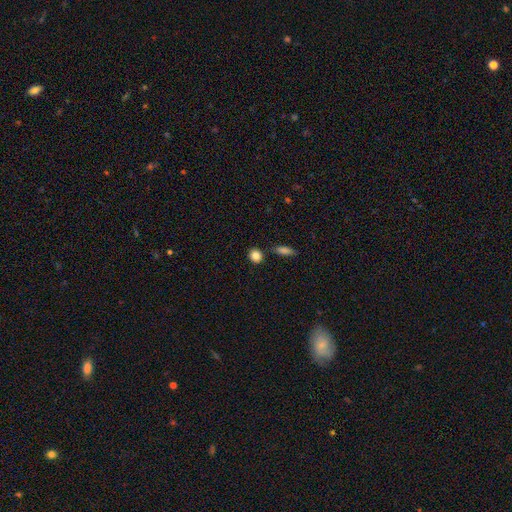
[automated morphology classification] A smooth galaxy with no disk features (85%) that is round (84%). Merging: none (83%).